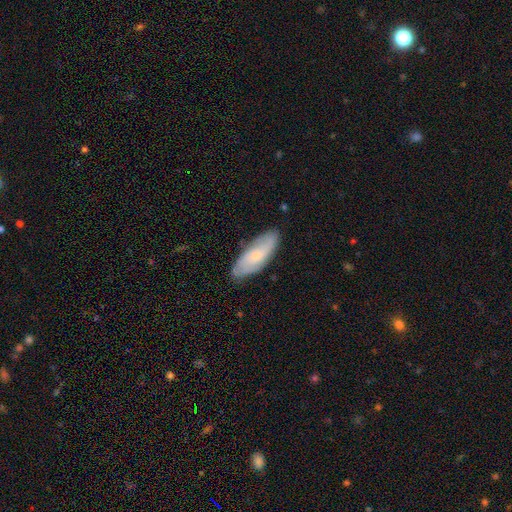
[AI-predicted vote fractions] smooth_or_featured: smooth (p=0.49) [alt: featured or disk p=0.44]
merging: none (p=0.79) [alt: minor disturbance p=0.17]